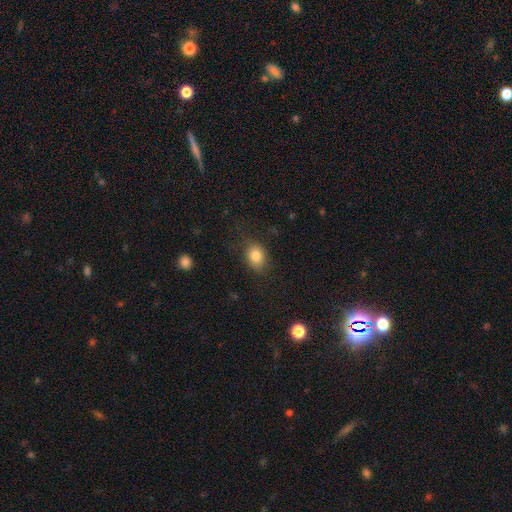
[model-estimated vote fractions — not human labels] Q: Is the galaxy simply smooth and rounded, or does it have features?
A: smooth — 81%.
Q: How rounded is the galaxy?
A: in between — 61%.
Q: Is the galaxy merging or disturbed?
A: none — 76%.